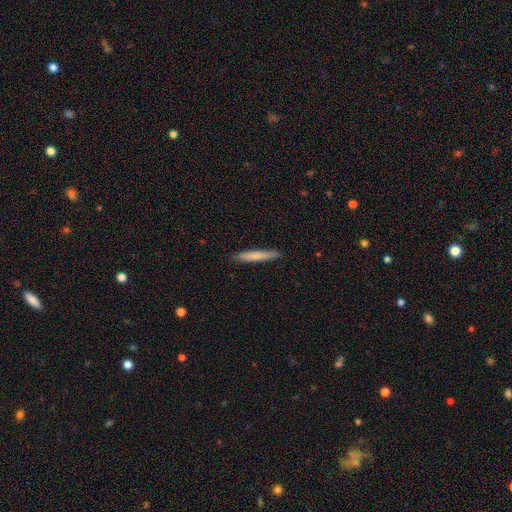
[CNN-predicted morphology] This appears to be a smooth galaxy with no disk features (76%) that is cigar-shaped (94%). Merging: none (89%).